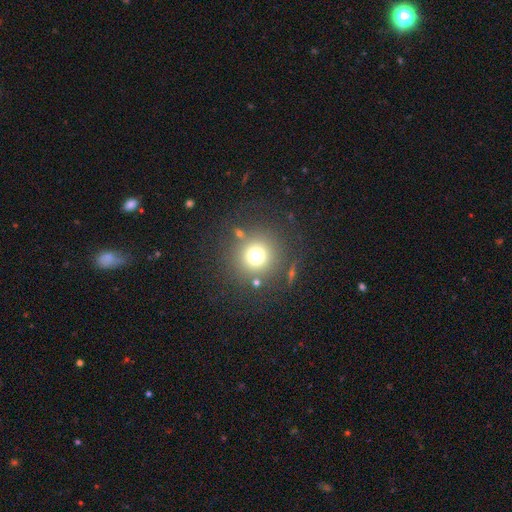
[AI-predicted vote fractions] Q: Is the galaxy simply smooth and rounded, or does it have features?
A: smooth — 72%.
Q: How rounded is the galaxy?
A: round — 94%.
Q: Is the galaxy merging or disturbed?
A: none — 81%.